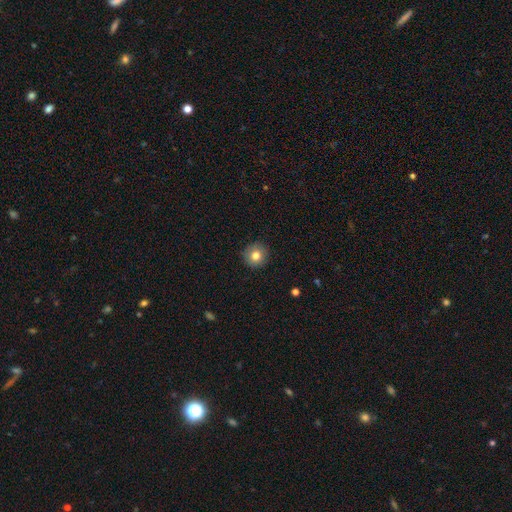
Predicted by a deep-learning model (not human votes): This appears to be a smooth galaxy with no disk features (80%) that is round (94%). Merging: none (91%).